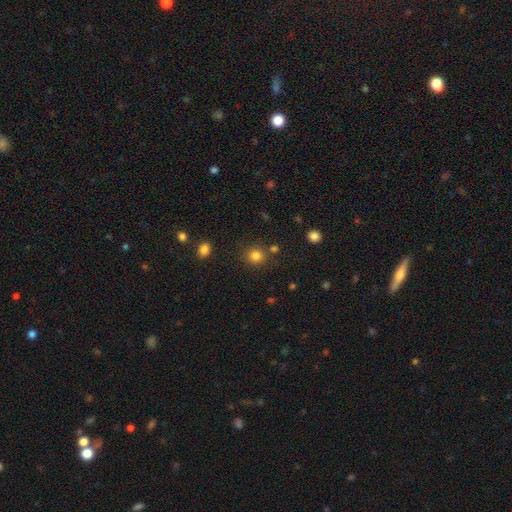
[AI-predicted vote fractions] The model was most divided on "smooth or featured": smooth: 82%, star or artifact: 13%, featured or disk: 5%. More confident: how rounded — round (88%); merging — none (81%).